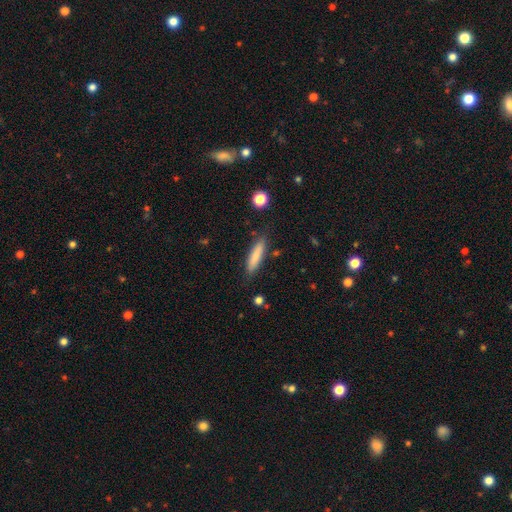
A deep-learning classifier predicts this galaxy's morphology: smooth_or_featured: smooth (p=0.82) [alt: featured or disk p=0.12]
how_rounded: cigar-shaped (p=0.79) [alt: in between p=0.20]
merging: none (p=0.83) [alt: minor disturbance p=0.12]